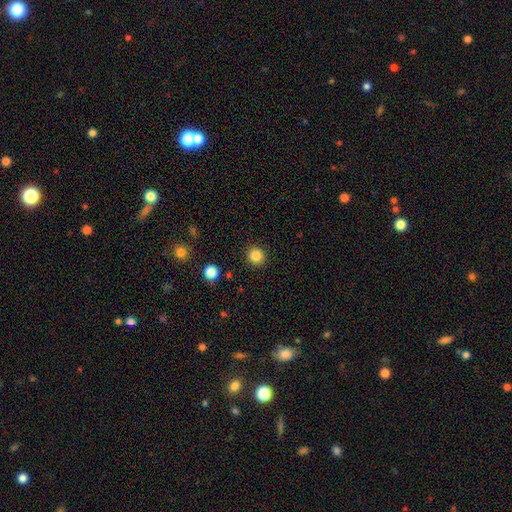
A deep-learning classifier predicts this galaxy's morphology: Smooth or featured: smooth — 86% (star or artifact — 11%)
How rounded: round — 92% (in between — 7%)
Merging: none — 90% (minor disturbance — 6%)